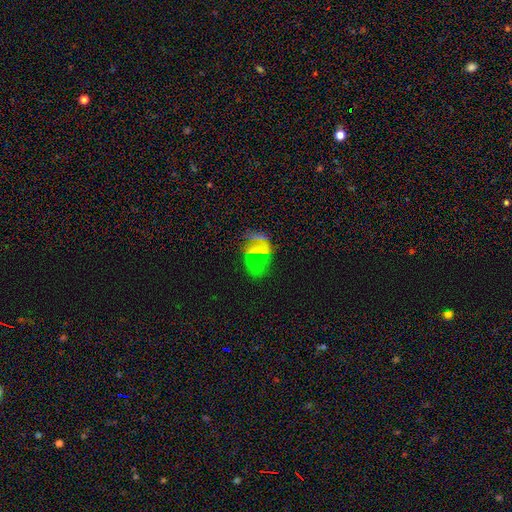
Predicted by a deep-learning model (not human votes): Morphology: type=featured or disk (47%); merging=none (57%).